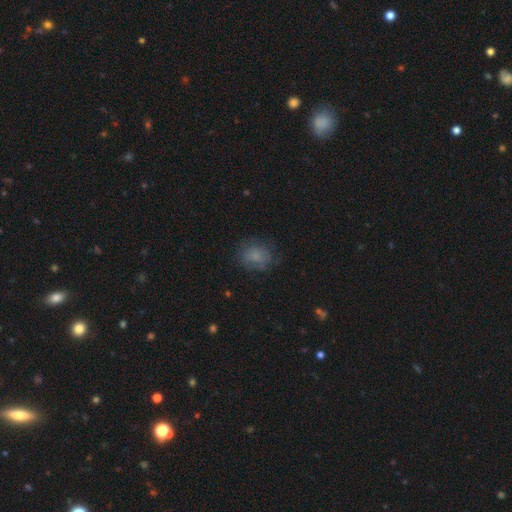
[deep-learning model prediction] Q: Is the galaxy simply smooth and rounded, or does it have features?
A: smooth — 74%.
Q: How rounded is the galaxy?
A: round — 65%.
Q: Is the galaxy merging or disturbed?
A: none — 72%.